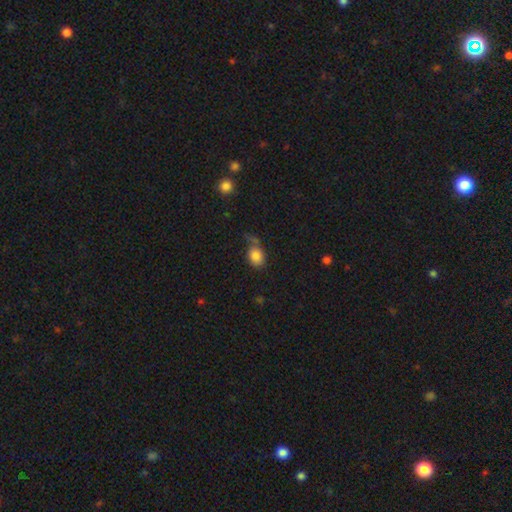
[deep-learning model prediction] smooth_or_featured: smooth (p=0.84) [alt: star or artifact p=0.09]
how_rounded: in between (p=0.55) [alt: round p=0.44]
merging: none (p=0.50) [alt: minor disturbance p=0.24]